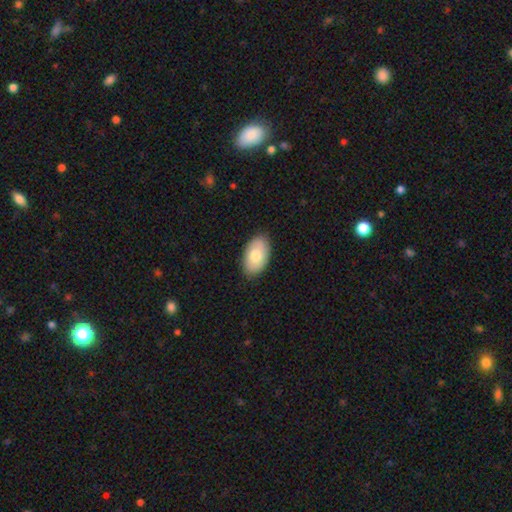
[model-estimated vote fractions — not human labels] Smooth or featured: smooth — 74% (featured or disk — 21%)
How rounded: in between — 94% (round — 5%)
Merging: none — 85% (minor disturbance — 11%)